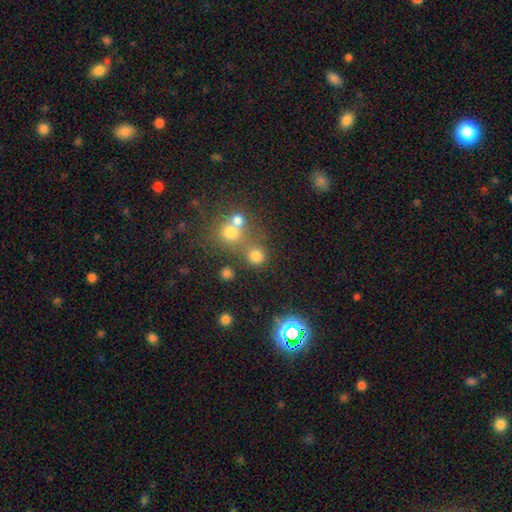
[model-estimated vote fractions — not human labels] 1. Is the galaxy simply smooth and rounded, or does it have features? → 75% smooth, 18% star or artifact, 8% featured or disk.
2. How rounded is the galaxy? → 89% round, 10% in between, 1% cigar-shaped.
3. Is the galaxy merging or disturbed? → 60% none, 26% merger, 8% minor disturbance, 5% major disturbance.